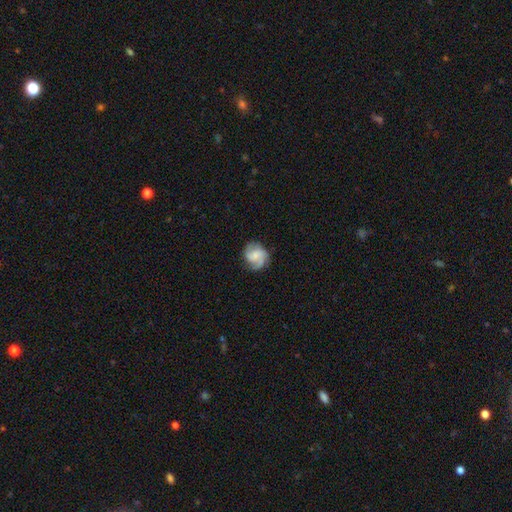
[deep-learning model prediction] The model was most divided on "spiral arm count": 2: 41%, 3: 35%, can't tell: 12%, 4: 5%, 1: 5%, more than 4: 3%. Remaining: edge-on disk — no (98%); spiral arms — yes (94%); merging — none (75%); smooth or featured — featured or disk (65%); bar — no (58%); spiral winding — medium (48%); bulge size — small (39%).